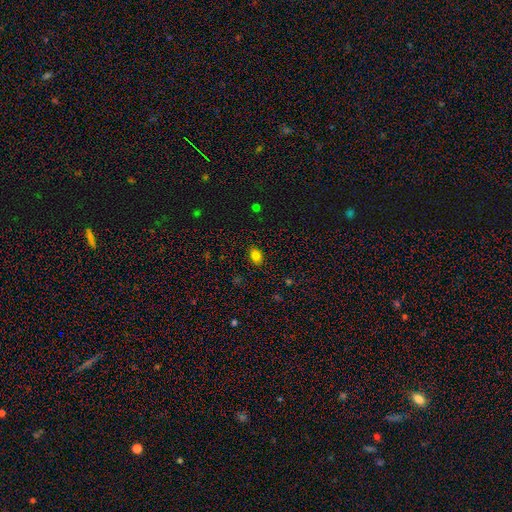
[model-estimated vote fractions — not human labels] This appears to be a smooth galaxy with no disk features (82%) that is in between round and cigar-shaped (72%). Merging: none (88%).